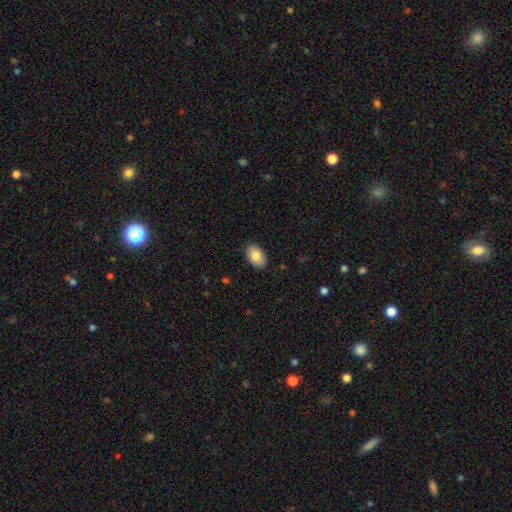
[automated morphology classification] Smooth or featured?
  - smooth: 85% *
  - featured or disk: 8%
  - star or artifact: 7%
How rounded?
  - in between: 91% *
  - round: 8%
  - cigar-shaped: 1%
Merging?
  - none: 87% *
  - minor disturbance: 10%
  - major disturbance: 2%
  - merger: 1%